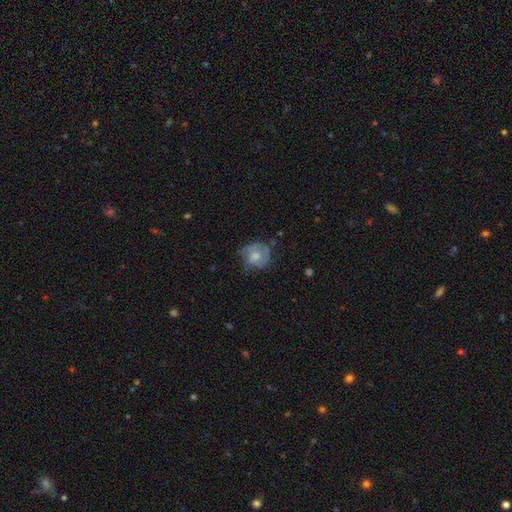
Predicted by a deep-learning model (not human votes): Overall: smooth (50%; featured or disk 41%). How rounded: round (64%; in between 34%). Merging: none (47%; minor disturbance 30%).